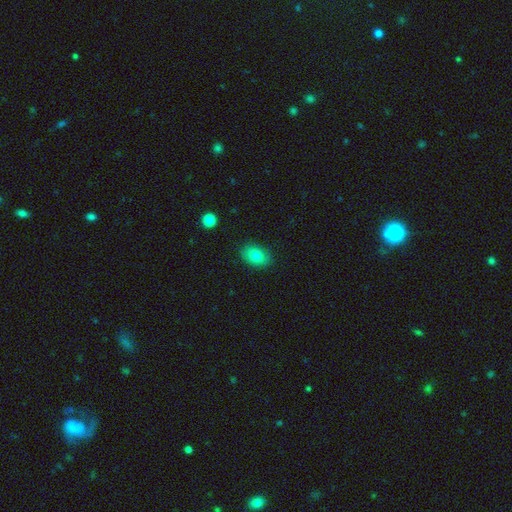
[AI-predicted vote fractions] smooth-or-featured: smooth: 80% | featured or disk: 10% | star or artifact: 9%
  how-rounded: in between: 82% | round: 17% | cigar-shaped: 1%
  merging: none: 87% | minor disturbance: 10% | major disturbance: 2% | merger: 1%